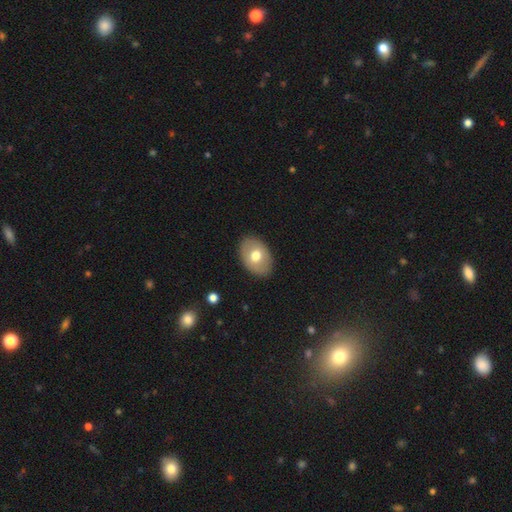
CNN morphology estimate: Smooth or featured: smooth — 65% (featured or disk — 29%)
How rounded: in between — 80% (round — 19%)
Merging: none — 87% (minor disturbance — 10%)